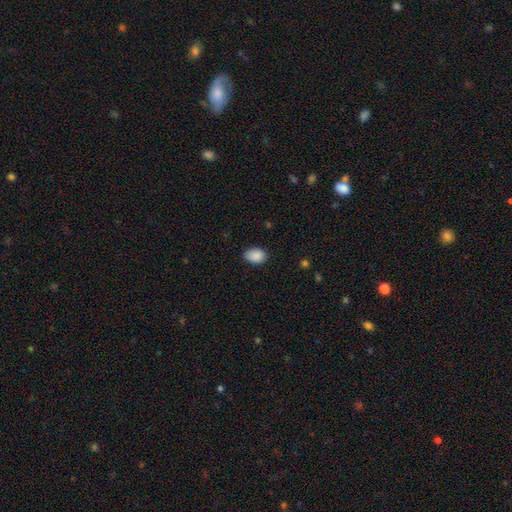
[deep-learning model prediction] Morphology: type=smooth (90%); roundness=in between (83%); merging=none (84%).